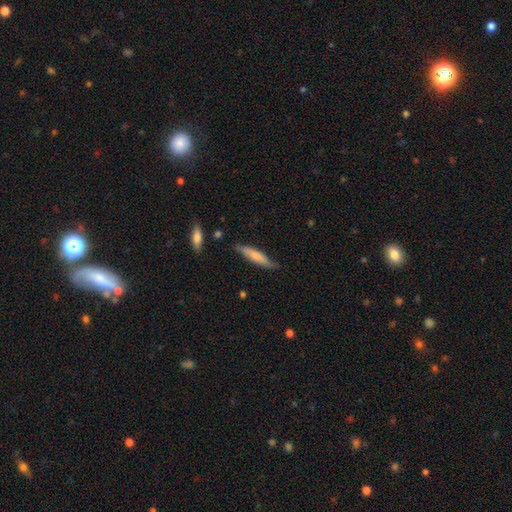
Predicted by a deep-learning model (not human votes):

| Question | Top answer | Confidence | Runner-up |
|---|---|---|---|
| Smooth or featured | smooth | 71% | featured or disk (24%) |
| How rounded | cigar-shaped | 82% | in between (16%) |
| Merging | none | 75% | minor disturbance (20%) |